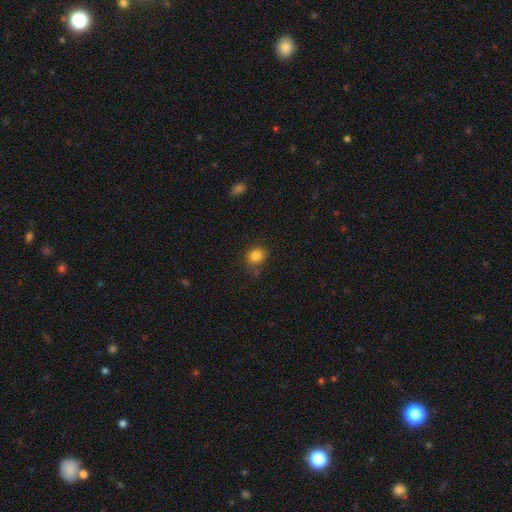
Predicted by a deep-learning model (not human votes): Overall: smooth (83%). How rounded: round (71%). Merging: none (74%).